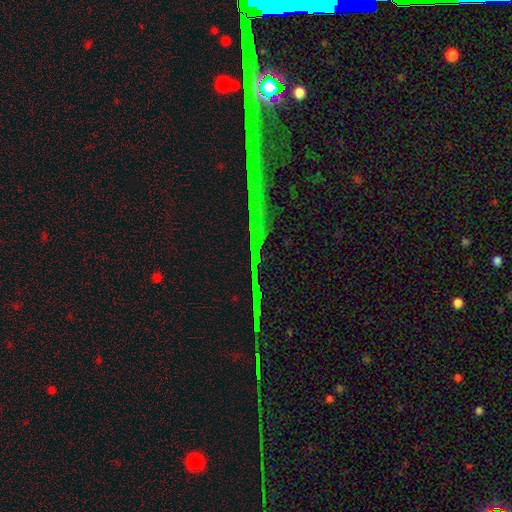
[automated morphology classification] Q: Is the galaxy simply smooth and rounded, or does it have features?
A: star or artifact — 78%.